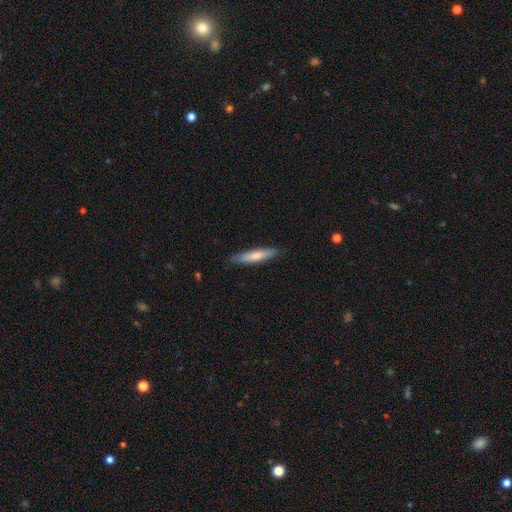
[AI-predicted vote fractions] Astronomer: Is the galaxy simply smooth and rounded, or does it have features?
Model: smooth — 71%.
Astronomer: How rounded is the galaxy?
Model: cigar-shaped — 85%.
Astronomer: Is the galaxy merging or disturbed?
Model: none — 87%.